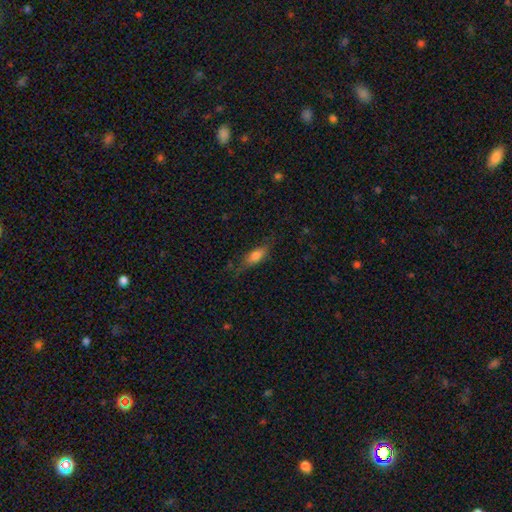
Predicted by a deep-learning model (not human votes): This appears to be a smooth galaxy with no disk features (69%) that is in between round and cigar-shaped (65%). Merging: none (64%).